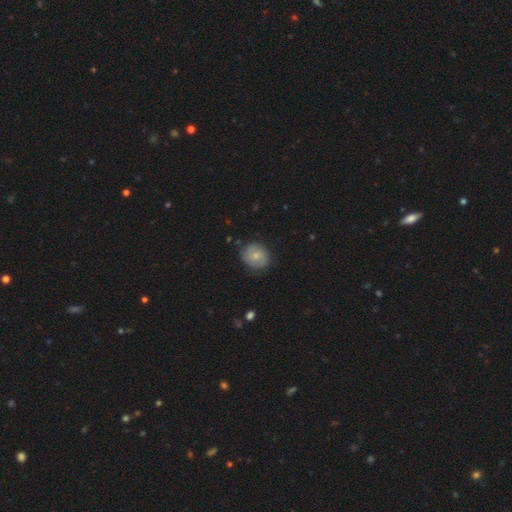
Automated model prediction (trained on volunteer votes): Smooth or featured: smooth — 58% (featured or disk — 35%)
How rounded: round — 77% (in between — 22%)
Merging: none — 77% (minor disturbance — 17%)